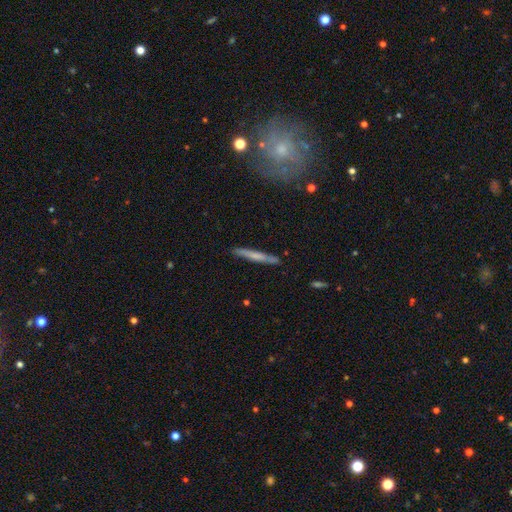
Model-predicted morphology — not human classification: Smooth or featured? Predicted: smooth (p=0.55). How rounded? Predicted: cigar-shaped (p=0.96). Merging? Predicted: none (p=0.88).